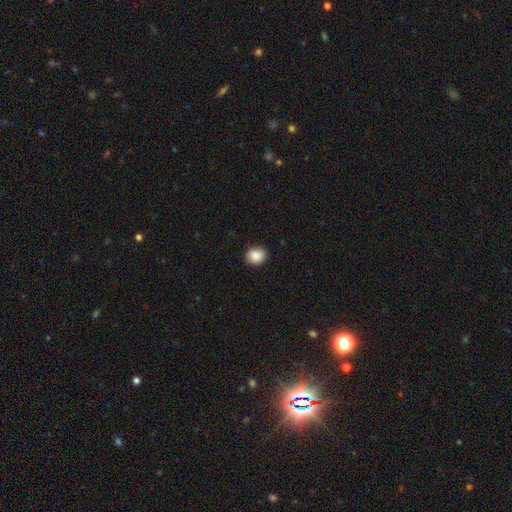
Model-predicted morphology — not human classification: Smooth or featured? Predicted: smooth (p=0.88). How rounded? Predicted: round (p=0.66). Merging? Predicted: none (p=0.88).